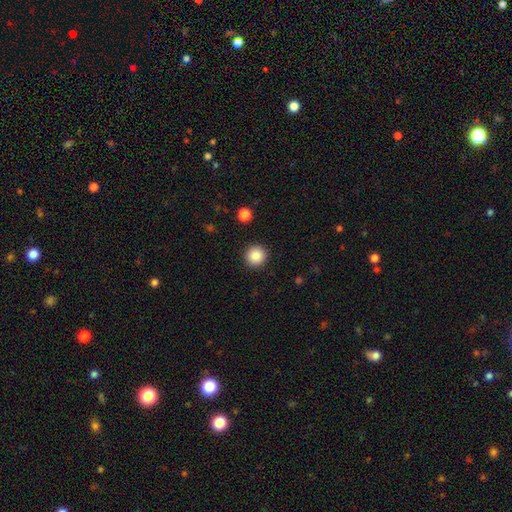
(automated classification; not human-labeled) Overall: smooth (86%). How rounded: round (95%). Merging: none (92%).